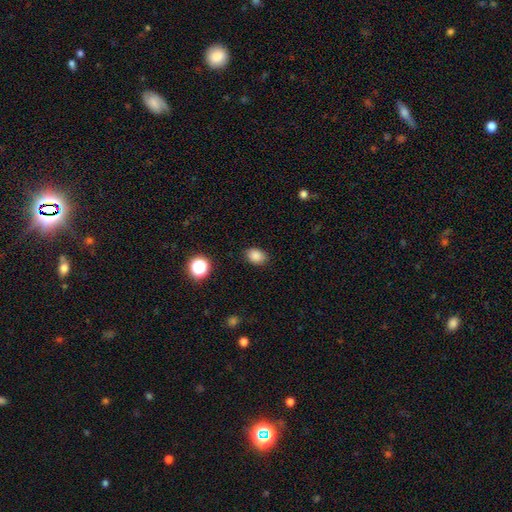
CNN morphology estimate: This is clearly a smooth galaxy (85%). How rounded: likely in between (69%). Merging: clearly none (85%).